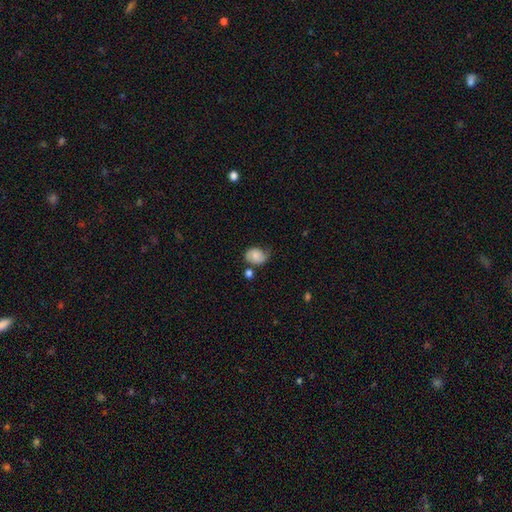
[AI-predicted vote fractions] A smooth galaxy with no disk features (66%) that is in between round and cigar-shaped (65%). Merging: none (52%).